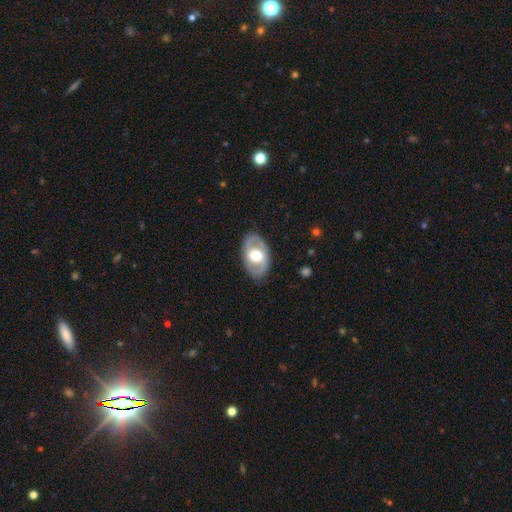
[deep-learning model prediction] smooth-or-featured: featured or disk: 69% | smooth: 27% | star or artifact: 5%
  disk-edge-on: no: 93% | yes: 7%
    bar: no: 59% | weak: 30% | strong: 10%
    has-spiral-arms: yes: 56% | no: 44%
    bulge-size: large: 46% (tied) | moderate: 46% (tied) | dominant: 3% | small: 3% | none: 1%
  merging: none: 84% | minor disturbance: 11% | major disturbance: 4% | merger: 1%